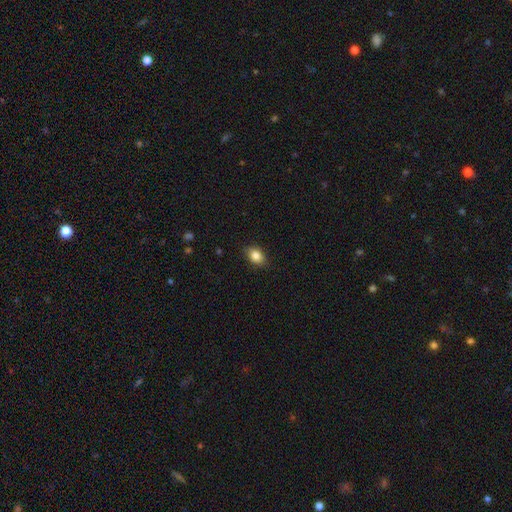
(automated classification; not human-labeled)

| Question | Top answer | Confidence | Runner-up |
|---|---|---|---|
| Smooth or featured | smooth | 85% | star or artifact (9%) |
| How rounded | in between | 73% | round (25%) |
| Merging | none | 85% | minor disturbance (12%) |